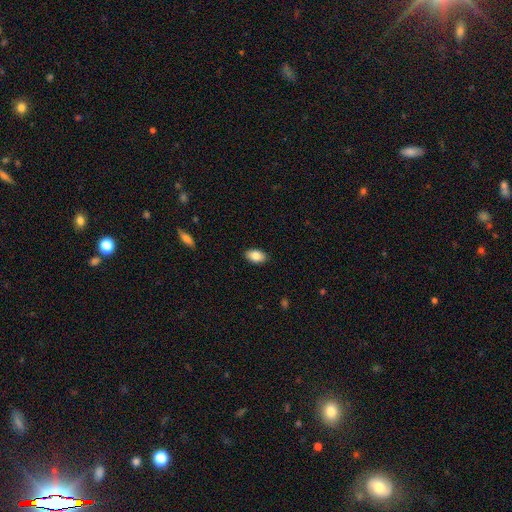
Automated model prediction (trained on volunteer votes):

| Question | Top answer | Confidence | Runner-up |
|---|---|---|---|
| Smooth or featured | smooth | 84% | featured or disk (9%) |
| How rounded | in between | 93% | round (5%) |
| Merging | none | 88% | minor disturbance (9%) |